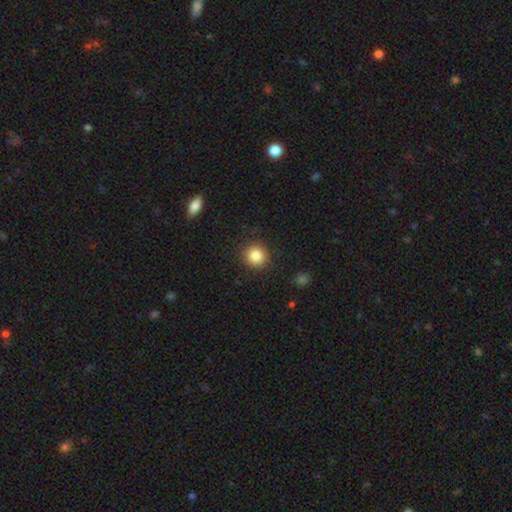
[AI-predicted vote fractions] Q: Smooth or featured?
A: smooth (85%); runner-up: star or artifact (10%)
Q: How rounded?
A: round (91%); runner-up: in between (8%)
Q: Merging?
A: none (90%); runner-up: minor disturbance (7%)